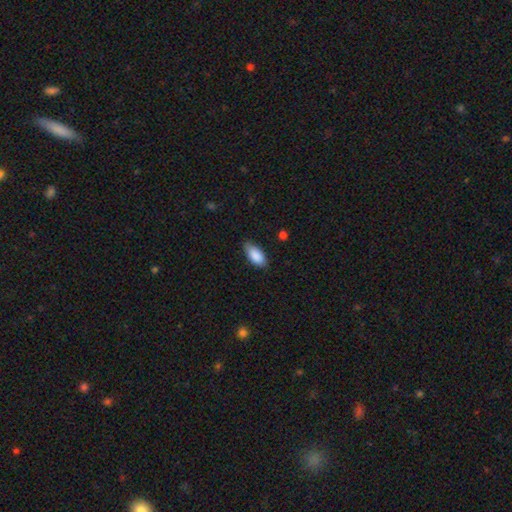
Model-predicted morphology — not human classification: Smooth or featured: smooth — 88% (star or artifact — 6%)
How rounded: in between — 90% (cigar-shaped — 7%)
Merging: none — 78% (minor disturbance — 18%)